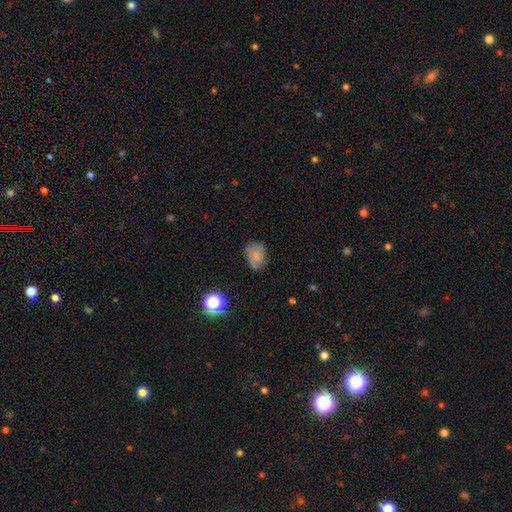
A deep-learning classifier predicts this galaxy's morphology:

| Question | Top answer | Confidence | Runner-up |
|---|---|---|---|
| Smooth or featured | smooth | 64% | featured or disk (22%) |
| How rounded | in between | 65% | round (34%) |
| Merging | none | 56% | minor disturbance (29%) |